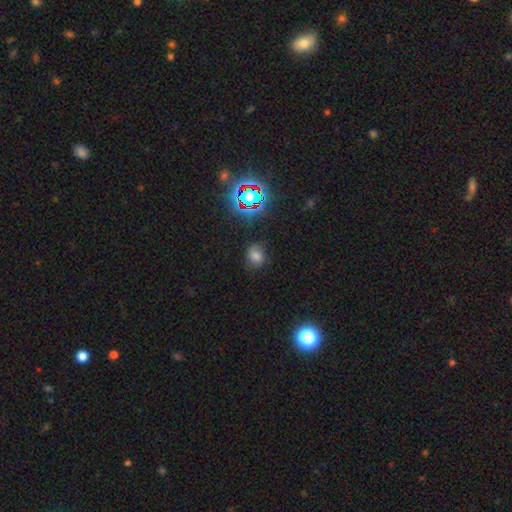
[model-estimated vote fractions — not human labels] Smooth or featured? Predicted: smooth (p=0.67). How rounded? Predicted: round (p=0.64). Merging? Predicted: none (p=0.73).